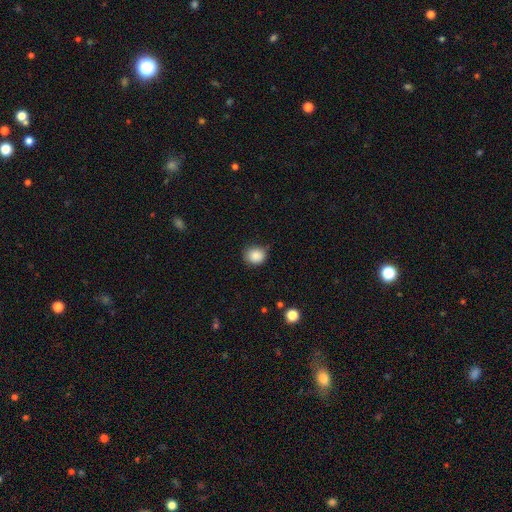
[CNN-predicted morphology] This is clearly a smooth galaxy (86%). How rounded: likely round (77%). Merging: likely none (76%).